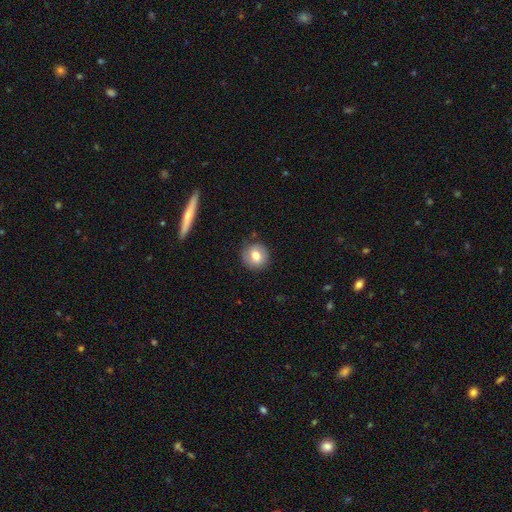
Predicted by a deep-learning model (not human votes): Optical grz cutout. It shows a smooth galaxy with no disk features (72%) that is round (89%). Merging: none (82%).